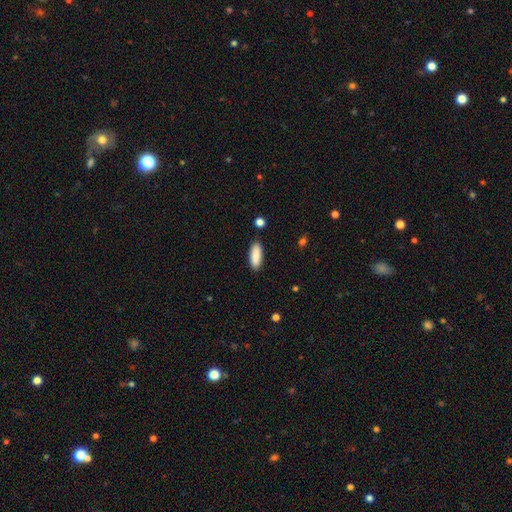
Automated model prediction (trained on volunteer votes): Smooth or featured?
  - smooth: 89% *
  - star or artifact: 6%
  - featured or disk: 5%
How rounded?
  - in between: 71% *
  - cigar-shaped: 27%
  - round: 2%
Merging?
  - none: 87% *
  - minor disturbance: 9%
  - major disturbance: 2%
  - merger: 2%